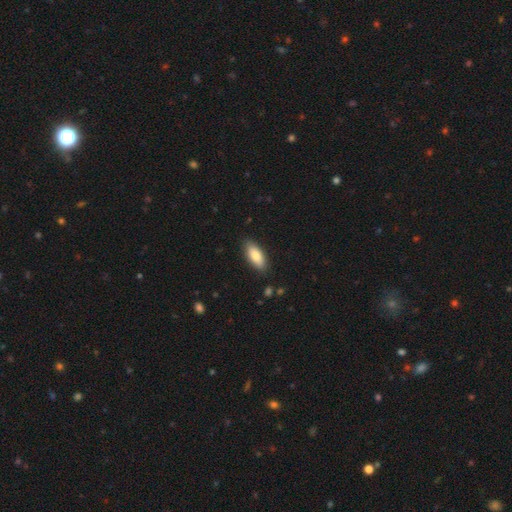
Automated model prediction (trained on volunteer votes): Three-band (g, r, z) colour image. It shows a smooth galaxy with no disk features (83%) that is in between round and cigar-shaped (83%). Merging: none (87%).